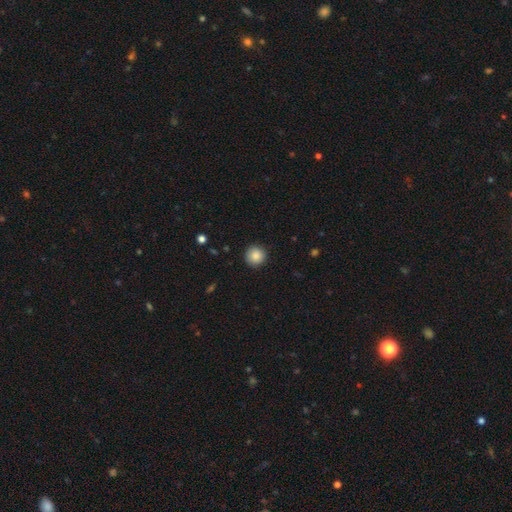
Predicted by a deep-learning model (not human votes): Smooth or featured?
  - smooth: 87% *
  - star or artifact: 9%
  - featured or disk: 4%
How rounded?
  - round: 95% *
  - in between: 4%
  - cigar-shaped: 1%
Merging?
  - none: 92% *
  - minor disturbance: 6%
  - major disturbance: 2%
  - merger: 1%